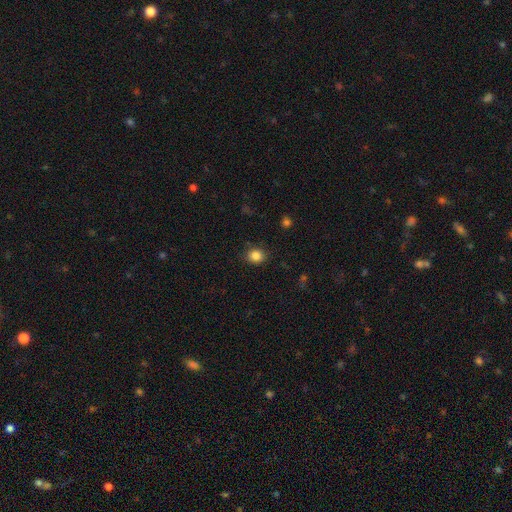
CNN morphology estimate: A smooth galaxy with no disk features (85%) that is round (69%).

Vote fractions:
- Smooth or featured? smooth: 85% / star or artifact: 11% / featured or disk: 4%
- How rounded? round: 69% / in between: 30% / cigar-shaped: 1%
- Merging? none: 84% / minor disturbance: 11% / major disturbance: 3% / merger: 1%